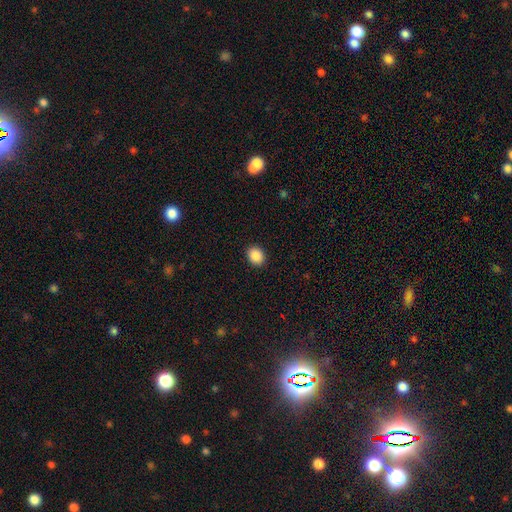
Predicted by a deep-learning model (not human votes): Smooth or featured? Predicted: smooth (p=0.89). How rounded? Predicted: round (p=0.53). Merging? Predicted: none (p=0.91).